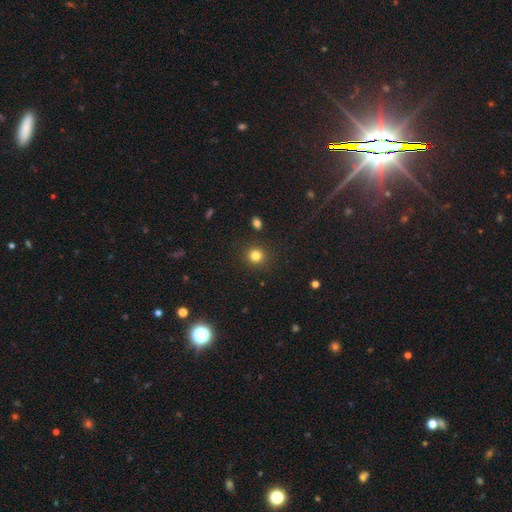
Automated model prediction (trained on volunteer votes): Smooth or featured: smooth — 82% (star or artifact — 13%)
How rounded: round — 90% (in between — 9%)
Merging: none — 89% (minor disturbance — 6%)